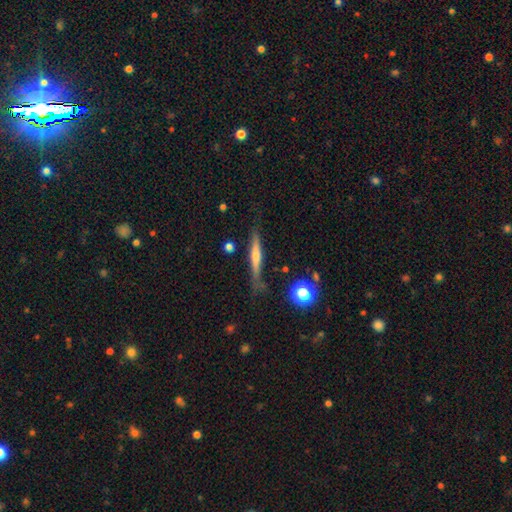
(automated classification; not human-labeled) Smooth or featured? featured or disk (59%)
Edge-on disk? yes (96%)
Edge-on bulge? rounded (68%)
Merging? none (76%)